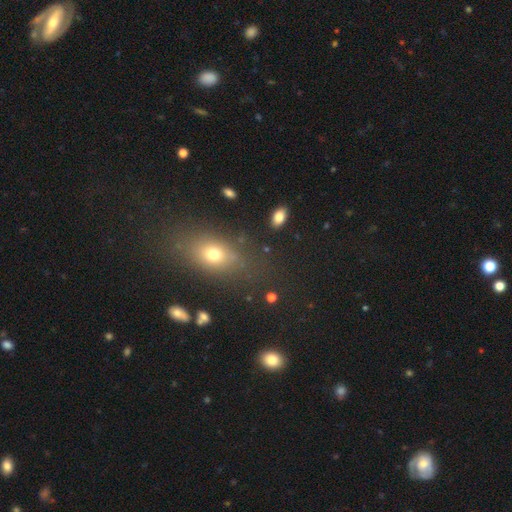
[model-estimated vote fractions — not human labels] Smooth or featured: smooth — 58% (star or artifact — 27%)
How rounded: in between — 68% (round — 23%)
Merging: none — 82% (minor disturbance — 10%)